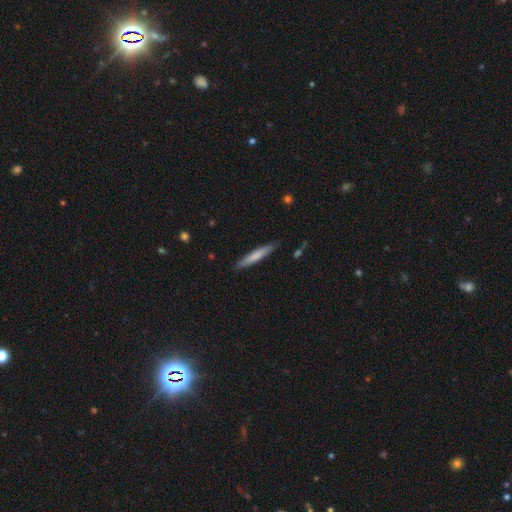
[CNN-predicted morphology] Smooth or featured?
  - smooth: 72% *
  - featured or disk: 23%
  - star or artifact: 5%
How rounded?
  - cigar-shaped: 94% *
  - in between: 5%
  - round: 1%
Merging?
  - none: 88% *
  - minor disturbance: 9%
  - major disturbance: 2%
  - merger: 1%